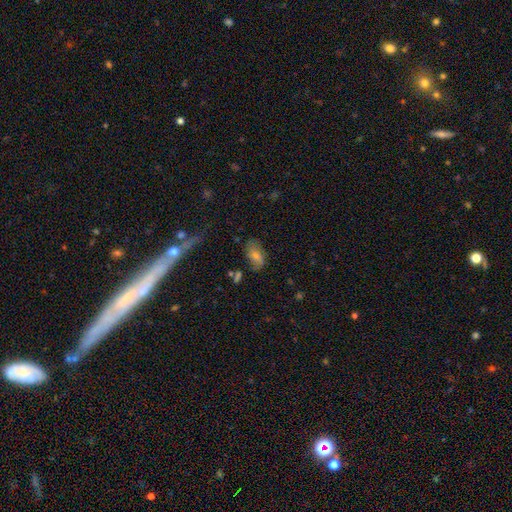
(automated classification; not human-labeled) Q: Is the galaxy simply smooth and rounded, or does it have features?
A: smooth — 49%.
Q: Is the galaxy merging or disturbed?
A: none — 70%.